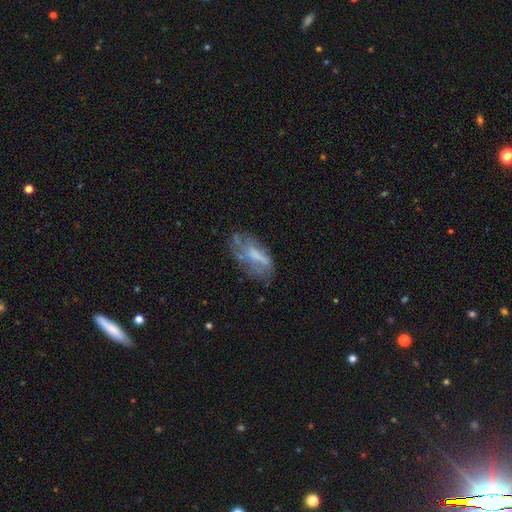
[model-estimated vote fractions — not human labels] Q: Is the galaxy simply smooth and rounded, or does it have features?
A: featured or disk — 46%.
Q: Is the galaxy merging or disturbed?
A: none — 43%.